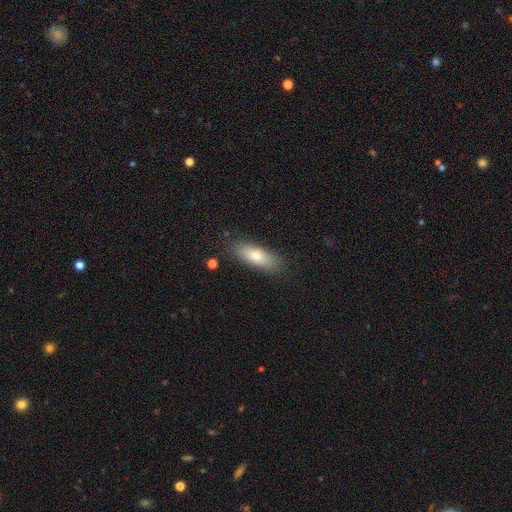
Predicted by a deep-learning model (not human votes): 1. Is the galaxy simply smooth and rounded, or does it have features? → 75% smooth, 18% featured or disk, 7% star or artifact.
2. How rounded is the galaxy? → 62% in between, 35% cigar-shaped, 3% round.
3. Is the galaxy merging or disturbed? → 85% none, 11% minor disturbance, 3% major disturbance, 2% merger.